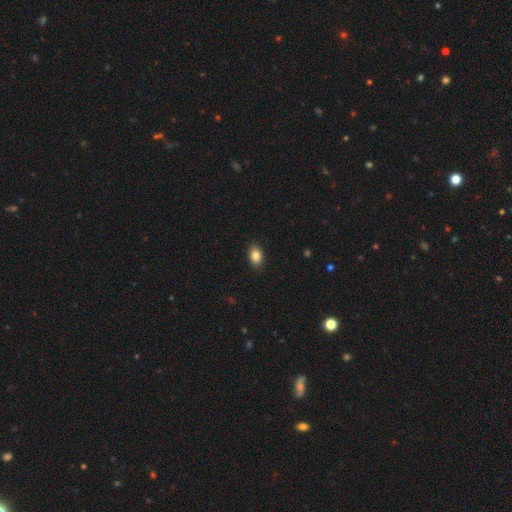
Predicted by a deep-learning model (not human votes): smooth_or_featured: smooth (p=0.86) [alt: star or artifact p=0.08]
how_rounded: in between (p=0.84) [alt: round p=0.14]
merging: none (p=0.88) [alt: minor disturbance p=0.09]